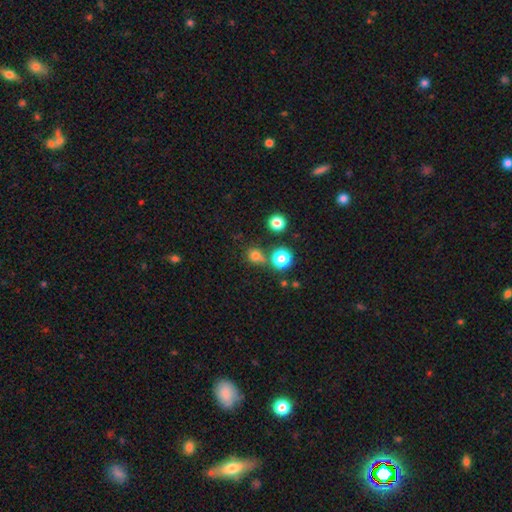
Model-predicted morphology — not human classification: smooth 74%, star or artifact 20%, featured or disk 7%. Down the decision tree: how rounded — round (85%); merging — none (66%).